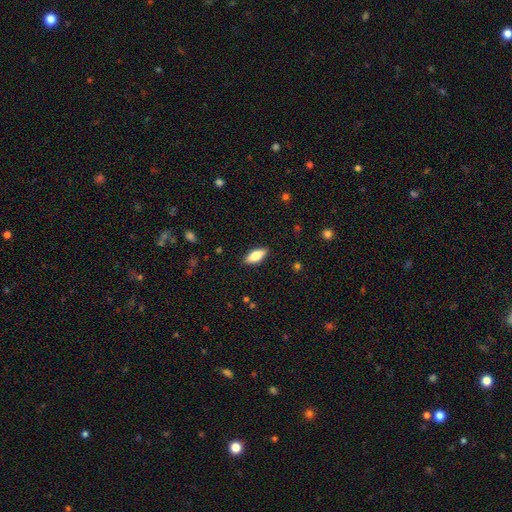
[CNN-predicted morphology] type=smooth (72%); roundness=in between (77%); merging=none (87%).